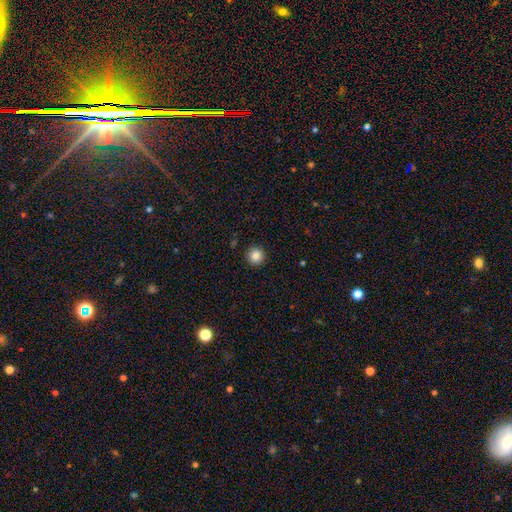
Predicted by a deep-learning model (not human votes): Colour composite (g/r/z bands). It shows a smooth galaxy with no disk features (85%) that is round (96%). Merging: none (93%).